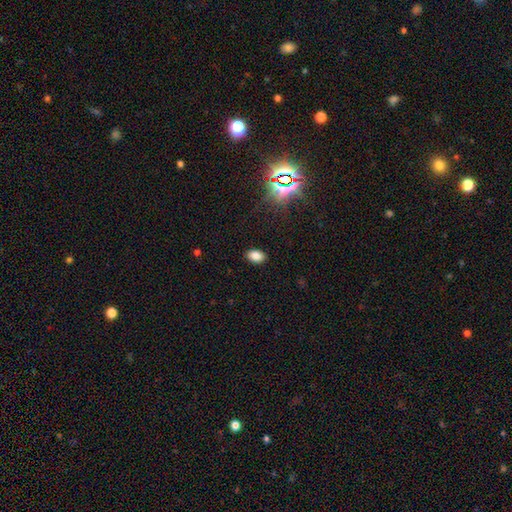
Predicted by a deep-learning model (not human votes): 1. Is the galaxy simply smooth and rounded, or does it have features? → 82% smooth, 13% star or artifact, 5% featured or disk.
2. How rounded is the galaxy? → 86% in between, 13% round, 1% cigar-shaped.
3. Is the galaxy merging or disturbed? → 88% none, 8% minor disturbance, 2% major disturbance, 1% merger.